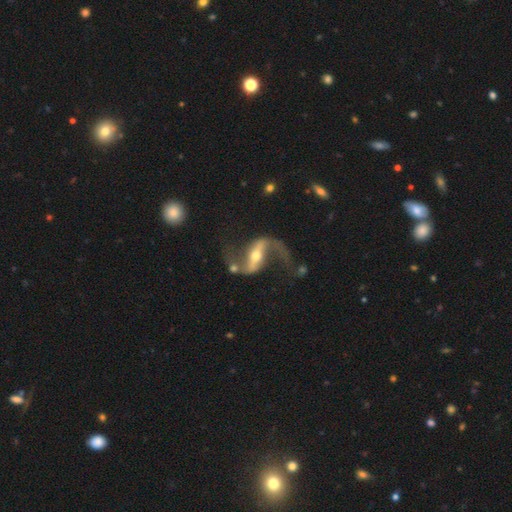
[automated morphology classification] A featured or disk galaxy (91%) with a strong bar (60%), 2 (92%) loose (82%) spiral arms (96%) and a moderate central bulge (55%).

Vote fractions:
- Smooth or featured? featured or disk: 91% / smooth: 5% / star or artifact: 5%
- Edge-on disk? no: 94% / yes: 6%
- Bar? strong: 60% / weak: 26% / no: 14%
- Spiral arms? yes: 96% / no: 4%
- Spiral winding? loose: 82% / medium: 14% / tight: 4%
- Spiral arm count? 2: 92% / 1: 4% / can't tell: 1% / 3: 1% / 4: 1% / more than 4: 1%
- Bulge size? moderate: 55% / small: 37% / large: 5% / none: 2% / dominant: 1%
- Merging? none: 66% / major disturbance: 15% / minor disturbance: 14% / merger: 6%